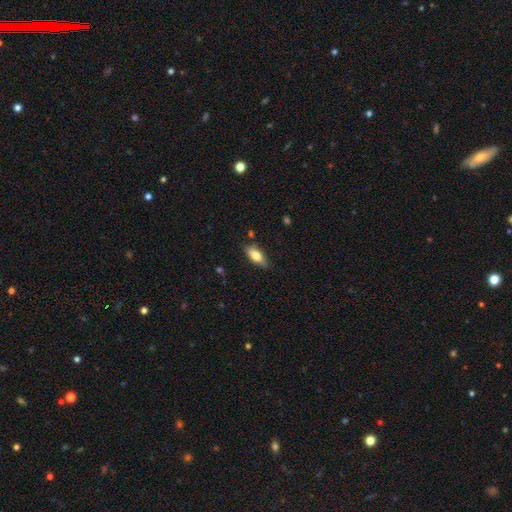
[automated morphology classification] smooth_or_featured: smooth (p=0.78) [alt: featured or disk p=0.15]
how_rounded: in between (p=0.80) [alt: cigar-shaped p=0.18]
merging: none (p=0.75) [alt: minor disturbance p=0.19]